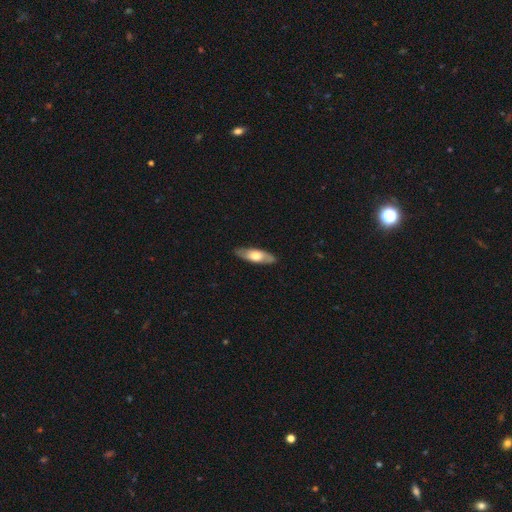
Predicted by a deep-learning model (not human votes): A smooth galaxy with no disk features (54%) that is in between round and cigar-shaped (56%).

Vote fractions:
- Smooth or featured? smooth: 54% / featured or disk: 41% / star or artifact: 5%
- How rounded? in between: 56% / cigar-shaped: 41% / round: 3%
- Merging? none: 87% / minor disturbance: 10% / major disturbance: 2% / merger: 1%